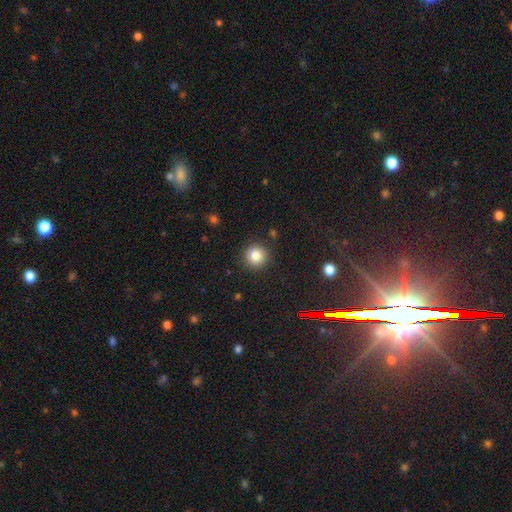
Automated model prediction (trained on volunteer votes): smooth 83%, star or artifact 11%, featured or disk 6%. Down the decision tree: how rounded — round (94%); merging — none (90%).